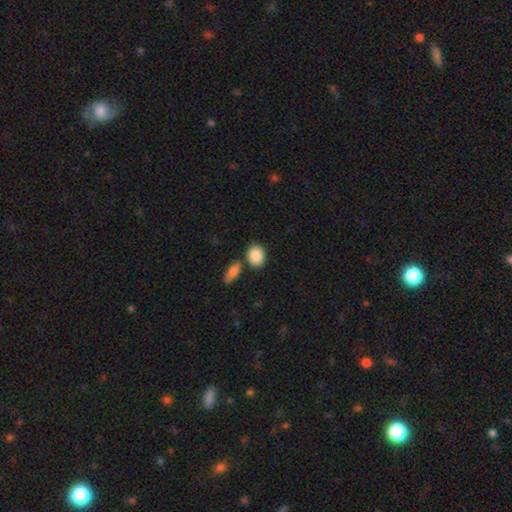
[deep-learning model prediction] This appears to be a smooth galaxy with no disk features (88%) that is in between round and cigar-shaped (65%). Merging: none (69%).